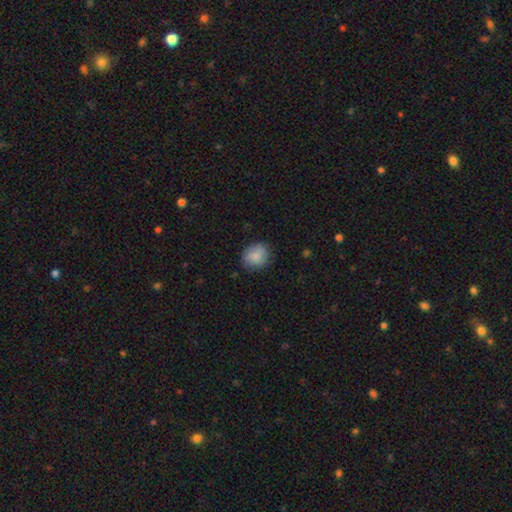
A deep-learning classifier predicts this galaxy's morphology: Smooth or featured: smooth — 85% (featured or disk — 7%)
How rounded: round — 64% (in between — 35%)
Merging: none — 77% (minor disturbance — 18%)